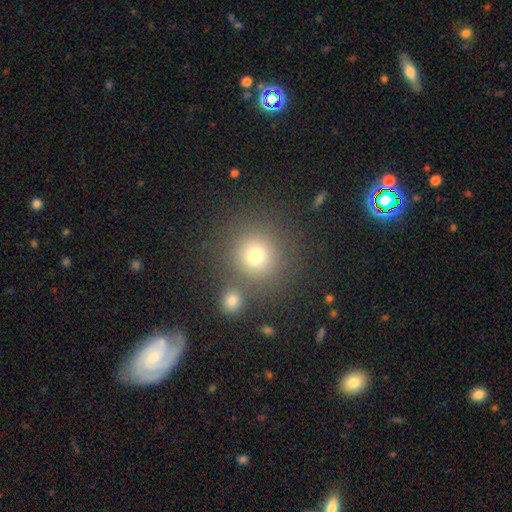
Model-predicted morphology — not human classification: This appears to be a smooth galaxy with no disk features (75%) that is round (92%). Merging: none (76%).